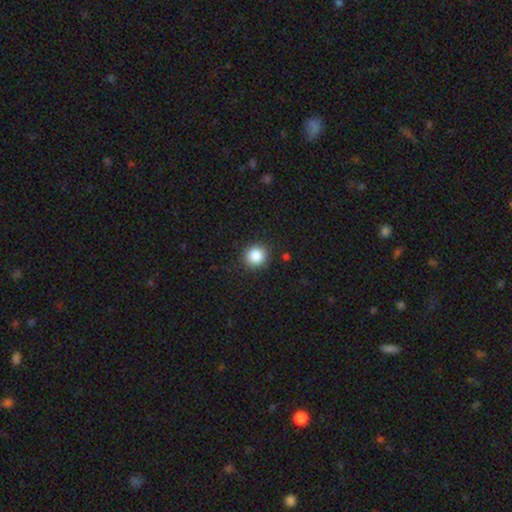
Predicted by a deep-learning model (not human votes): Morphology: type=smooth (86%); roundness=round (88%); merging=none (90%).